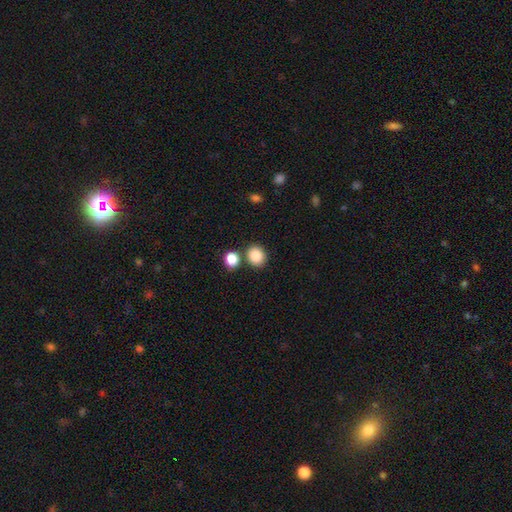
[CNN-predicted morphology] Overall: smooth (86%). How rounded: round (74%). Merging: none (77%).